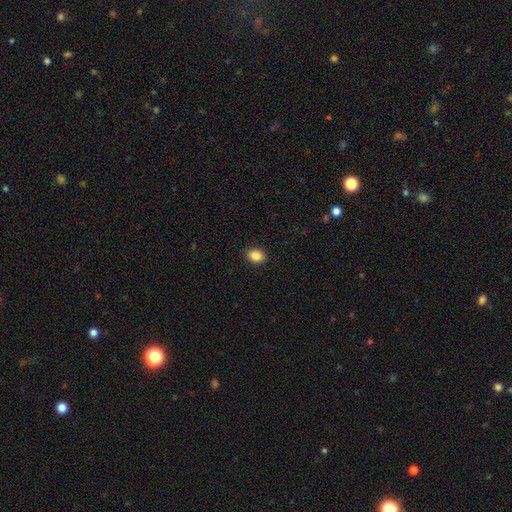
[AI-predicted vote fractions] Morphology: type=smooth (87%); roundness=in between (71%); merging=none (90%).